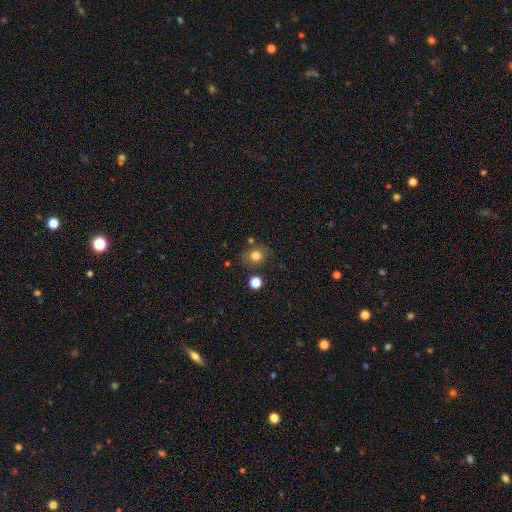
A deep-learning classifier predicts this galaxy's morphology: Smooth or featured?
  - smooth: 79% *
  - star or artifact: 13%
  - featured or disk: 8%
How rounded?
  - round: 75% *
  - in between: 24%
  - cigar-shaped: 1%
Merging?
  - none: 77% *
  - minor disturbance: 13%
  - merger: 6%
  - major disturbance: 4%